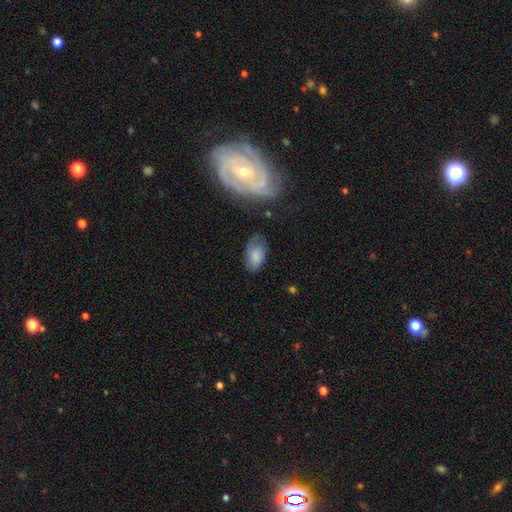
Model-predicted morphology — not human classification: A smooth galaxy with no disk features (76%) that is in between round and cigar-shaped (93%).

Vote fractions:
- Smooth or featured? smooth: 76% / featured or disk: 16% / star or artifact: 8%
- How rounded? in between: 93% / round: 5% / cigar-shaped: 2%
- Merging? none: 61% / minor disturbance: 27% / major disturbance: 9% / merger: 3%